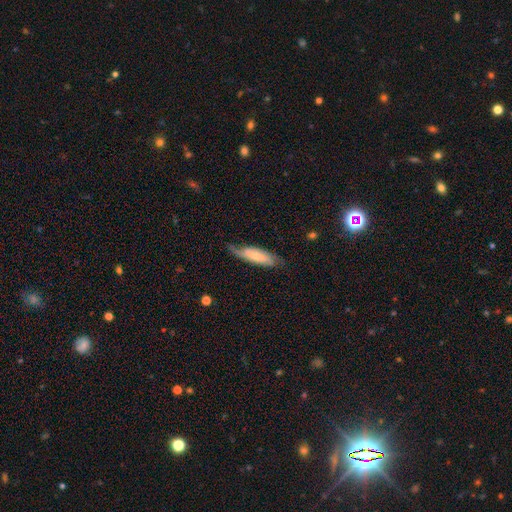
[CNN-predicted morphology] type=featured or disk (50%); edge-on=no (71%); merging=none (57%).